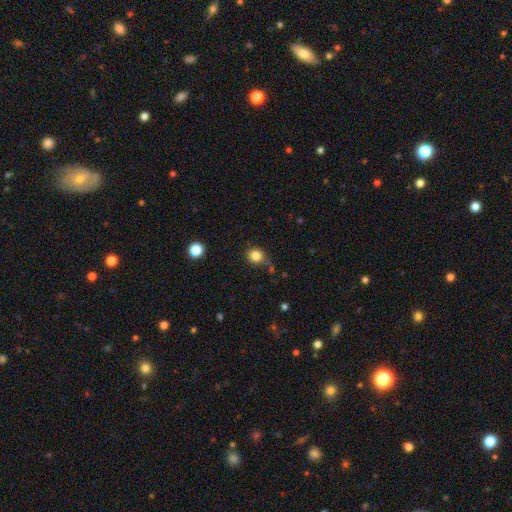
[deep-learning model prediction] smooth 84%, star or artifact 11%, featured or disk 5%. Down the decision tree: how rounded — round (89%); merging — none (77%).